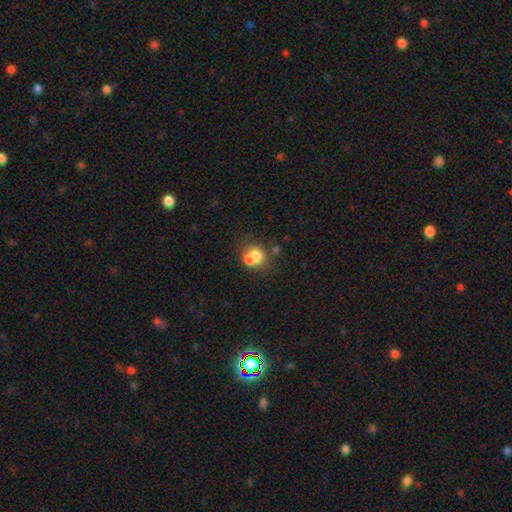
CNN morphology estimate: Smooth or featured: smooth — 68% (featured or disk — 21%)
How rounded: round — 71% (in between — 28%)
Merging: merger — 56% (none — 33%)